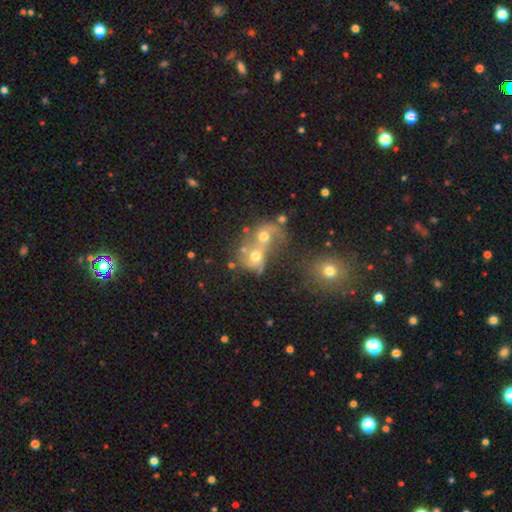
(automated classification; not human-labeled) Smooth or featured: smooth — 45% (featured or disk — 39%)
Merging: merger — 73% (none — 14%)